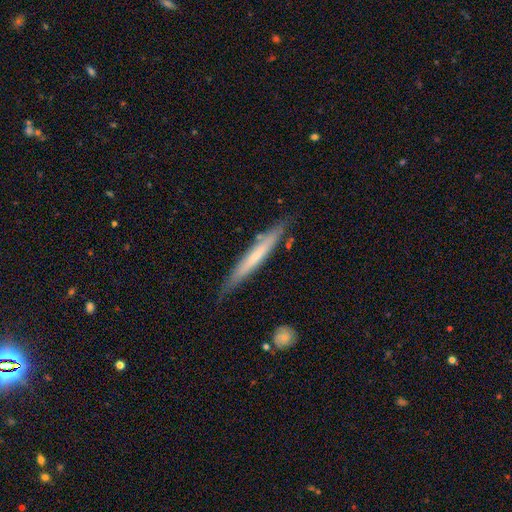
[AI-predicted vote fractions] A smooth galaxy with no disk features (48%).

Vote fractions:
- Smooth or featured? smooth: 48% / featured or disk: 47% / star or artifact: 6%
- Merging? none: 81% / minor disturbance: 14% / major disturbance: 2% / merger: 2%